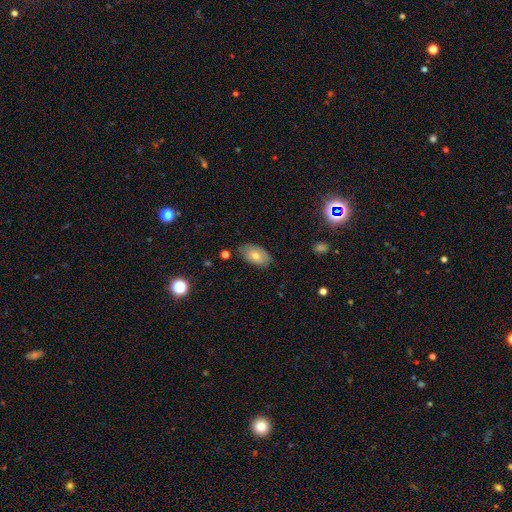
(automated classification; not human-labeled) Smooth or featured? smooth (66%)
How rounded? in between (92%)
Merging? none (79%)